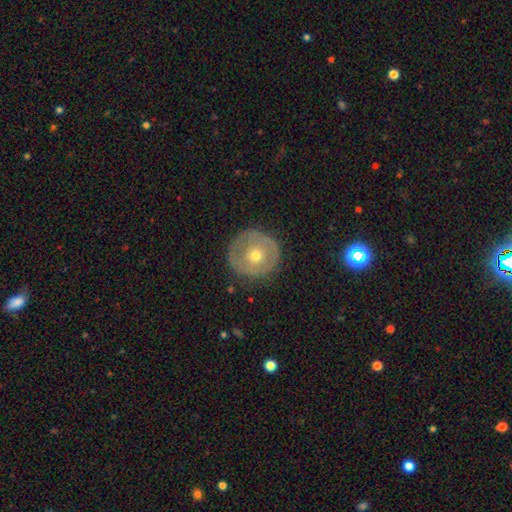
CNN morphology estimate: Smooth or featured? featured or disk (49%)
Merging? none (79%)